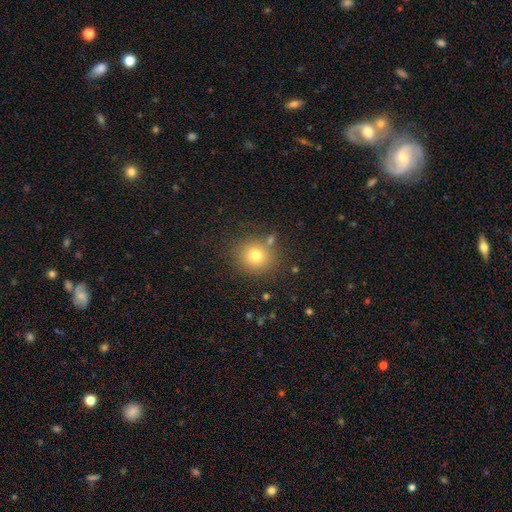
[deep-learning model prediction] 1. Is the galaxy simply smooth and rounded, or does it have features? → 76% smooth, 14% star or artifact, 10% featured or disk.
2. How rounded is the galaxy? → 87% round, 12% in between, 1% cigar-shaped.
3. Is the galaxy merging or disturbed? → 80% none, 9% minor disturbance, 7% merger, 3% major disturbance.